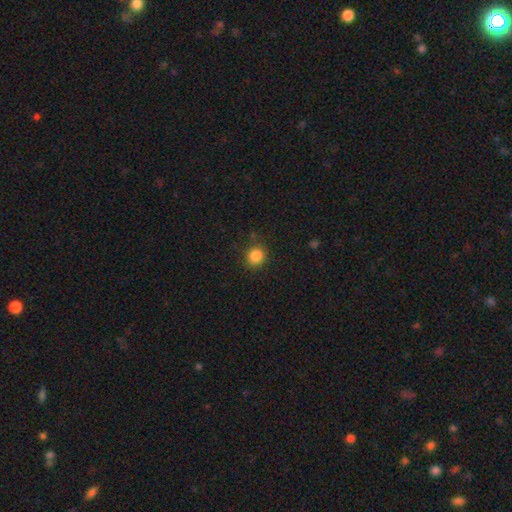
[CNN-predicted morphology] smooth 85%, star or artifact 11%, featured or disk 4%. Down the decision tree: how rounded — round (84%); merging — none (85%).